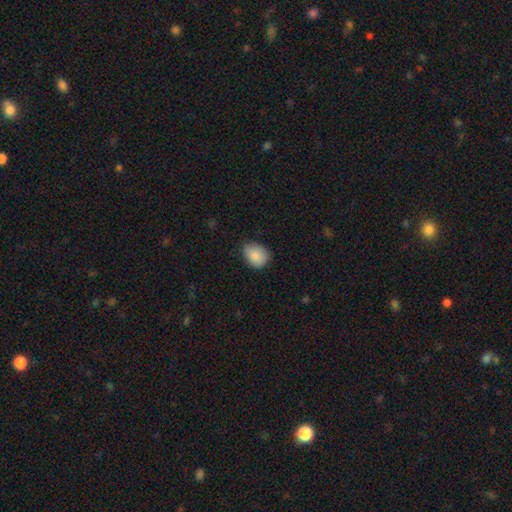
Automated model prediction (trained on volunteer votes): This is clearly a smooth galaxy (88%). How rounded: possibly in between (60%). Merging: likely none (73%).